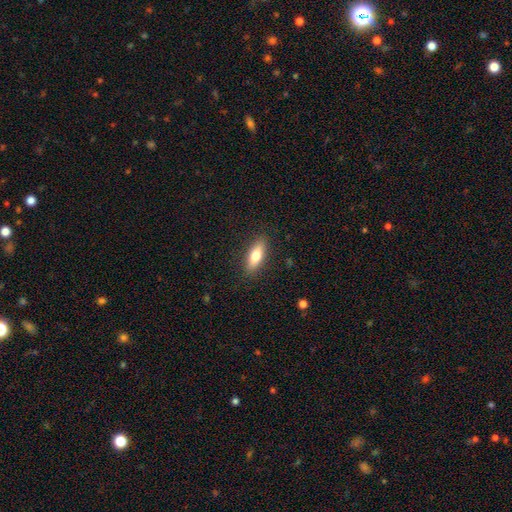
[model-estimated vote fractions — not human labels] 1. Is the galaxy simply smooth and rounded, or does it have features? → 73% smooth, 21% featured or disk, 7% star or artifact.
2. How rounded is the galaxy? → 60% in between, 37% cigar-shaped, 3% round.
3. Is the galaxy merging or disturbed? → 88% none, 9% minor disturbance, 2% major disturbance, 1% merger.